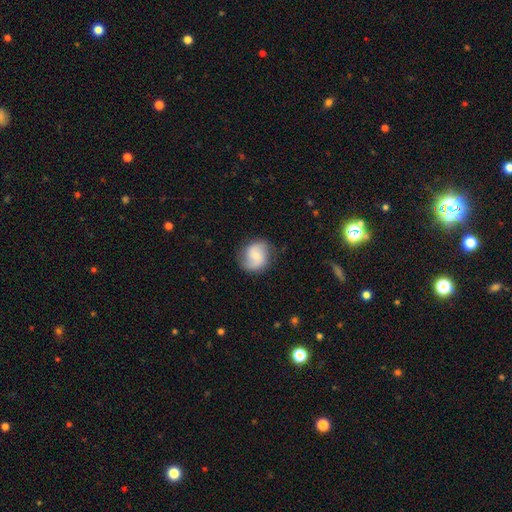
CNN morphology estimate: smooth-or-featured: featured or disk: 58% | smooth: 35% | star or artifact: 7%
  disk-edge-on: no: 98% | yes: 2%
    bar: no: 56% | weak: 36% | strong: 8%
    has-spiral-arms: yes: 91% | no: 9%
      spiral-winding: medium: 43% | loose: 38% | tight: 19%
      spiral-arm-count: 2: 87% | can't tell: 6% | 1: 3% | 3: 1% | 4: 1% | more than 4: 1%
    bulge-size: small: 55% | moderate: 36% | none: 5% | large: 3% | dominant: 1%
  merging: none: 80% | minor disturbance: 14% | major disturbance: 4% | merger: 1%